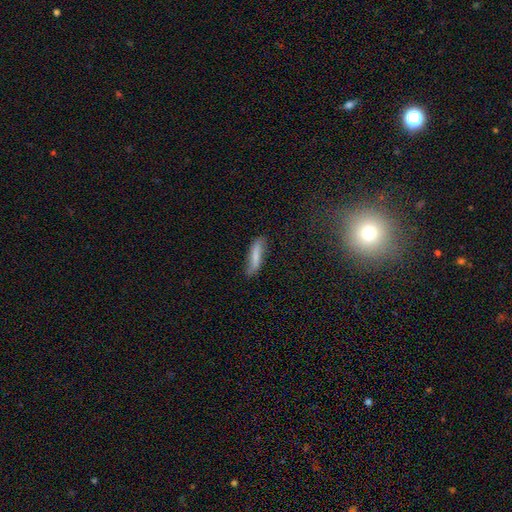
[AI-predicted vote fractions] Q: Smooth or featured?
A: smooth (70%); runner-up: featured or disk (23%)
Q: How rounded?
A: cigar-shaped (73%); runner-up: in between (25%)
Q: Merging?
A: none (70%); runner-up: minor disturbance (23%)